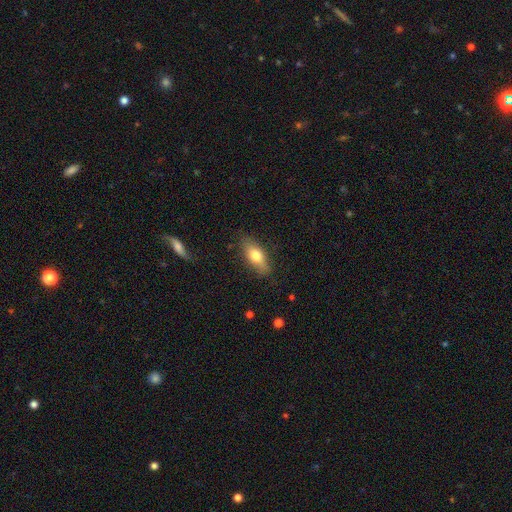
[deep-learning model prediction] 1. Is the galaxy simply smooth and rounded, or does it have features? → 71% smooth, 22% featured or disk, 7% star or artifact.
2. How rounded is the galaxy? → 74% in between, 22% cigar-shaped, 4% round.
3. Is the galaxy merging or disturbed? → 82% none, 14% minor disturbance, 3% major disturbance, 1% merger.